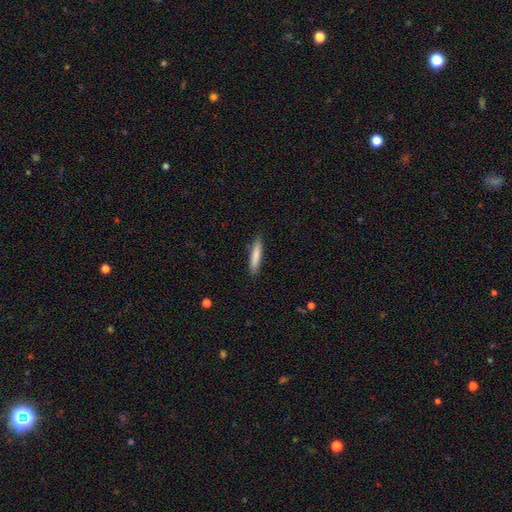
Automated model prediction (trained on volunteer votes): A smooth galaxy with no disk features (82%) that is cigar-shaped (88%). Merging: none (87%).